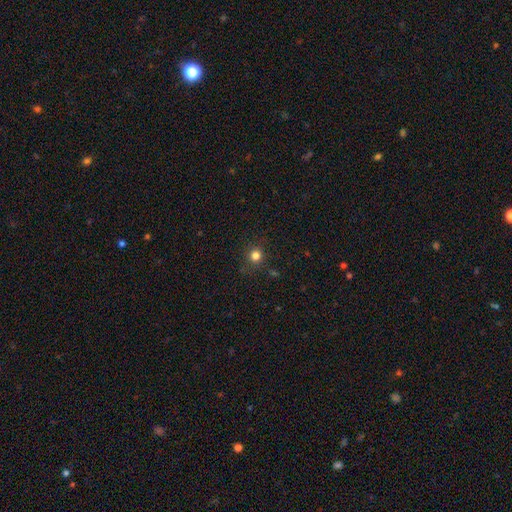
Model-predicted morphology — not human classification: This appears to be a smooth galaxy with no disk features (79%) that is round (92%). Merging: none (88%).